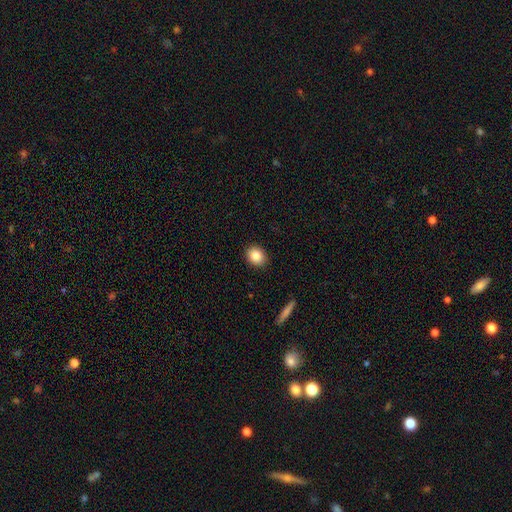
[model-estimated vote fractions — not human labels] A smooth galaxy with no disk features (85%) that is round (57%). Merging: none (90%).